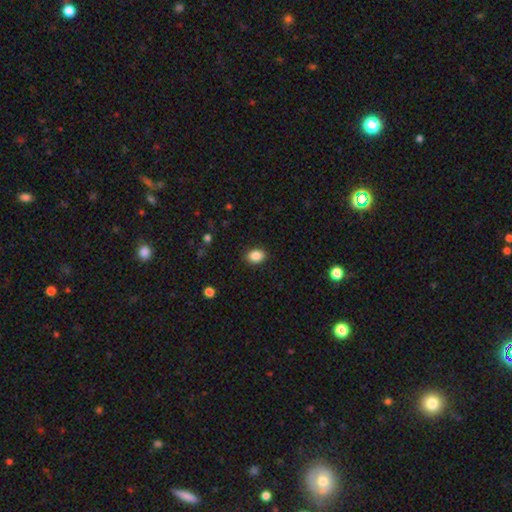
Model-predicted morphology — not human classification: This appears to be a smooth galaxy with no disk features (88%) that is in between round and cigar-shaped (70%). Merging: none (89%).